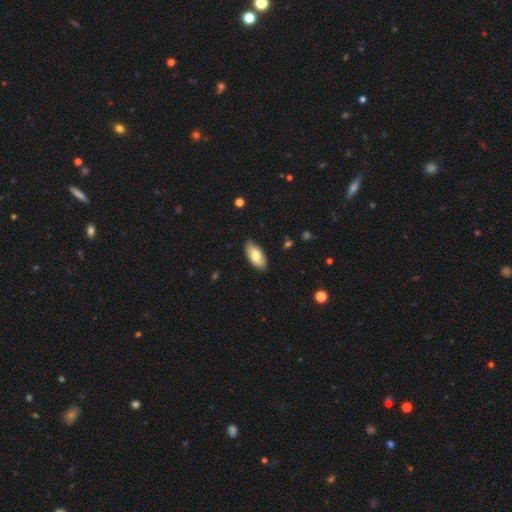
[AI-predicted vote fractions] Q: Smooth or featured?
A: smooth (73%); runner-up: featured or disk (21%)
Q: How rounded?
A: in between (92%); runner-up: cigar-shaped (6%)
Q: Merging?
A: none (84%); runner-up: minor disturbance (13%)